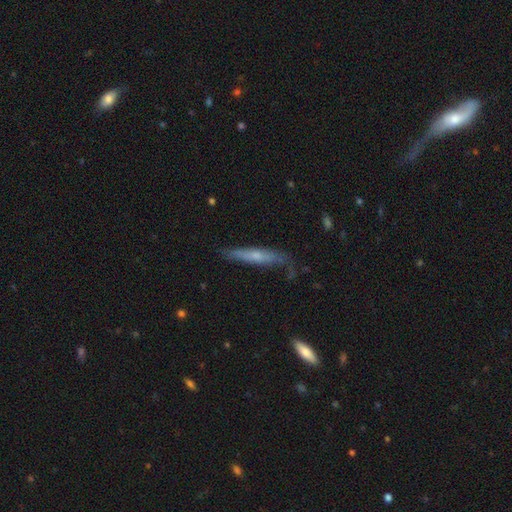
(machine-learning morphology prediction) This is possibly a featured or disk galaxy (47%). Merging: likely none (63%).